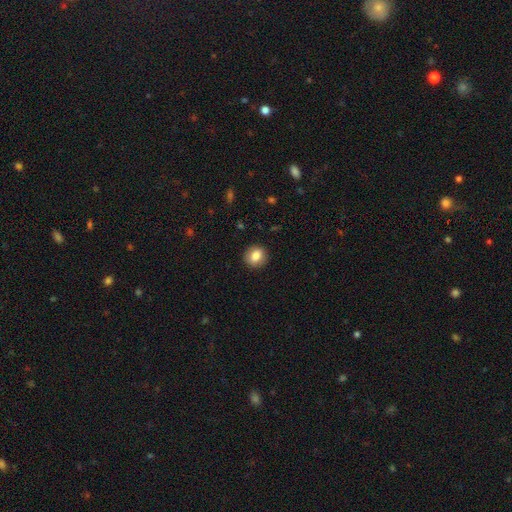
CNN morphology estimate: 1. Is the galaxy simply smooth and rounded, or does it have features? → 84% smooth, 8% star or artifact, 7% featured or disk.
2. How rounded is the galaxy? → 76% round, 23% in between, 1% cigar-shaped.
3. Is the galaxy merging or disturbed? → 90% none, 7% minor disturbance, 2% major disturbance, 1% merger.